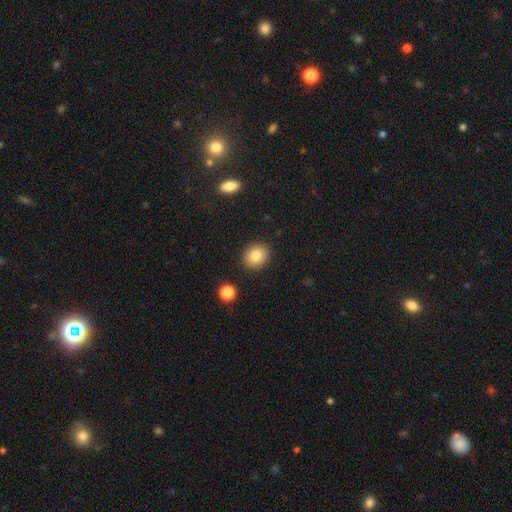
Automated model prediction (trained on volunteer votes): The model was most divided on "how rounded": round: 71%, in between: 28%, cigar-shaped: 1%. More confident: merging — none (89%); smooth or featured — smooth (81%).